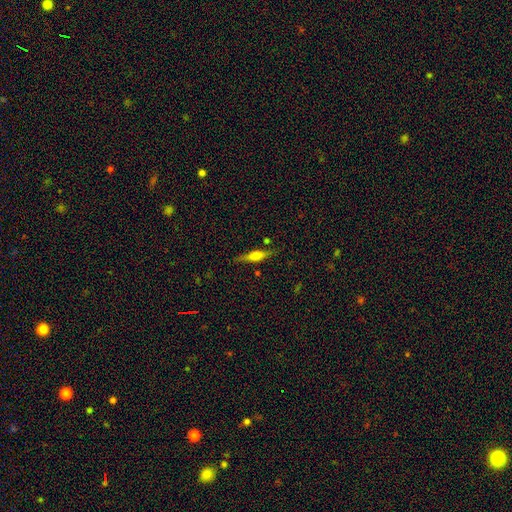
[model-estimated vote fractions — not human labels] Smooth or featured? featured or disk (60%)
Edge-on disk? yes (96%)
Edge-on bulge? rounded (78%)
Merging? none (84%)